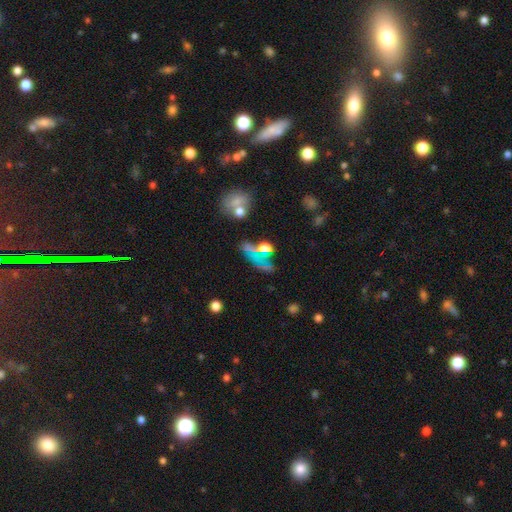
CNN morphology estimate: Smooth or featured? smooth (39%)
Merging? none (48%)